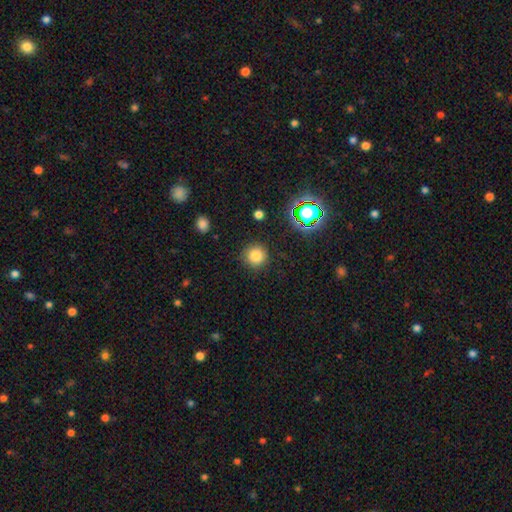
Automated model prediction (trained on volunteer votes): smooth_or_featured: smooth (p=0.80) [alt: star or artifact p=0.15]
how_rounded: round (p=0.94) [alt: in between p=0.05]
merging: none (p=0.89) [alt: minor disturbance p=0.07]